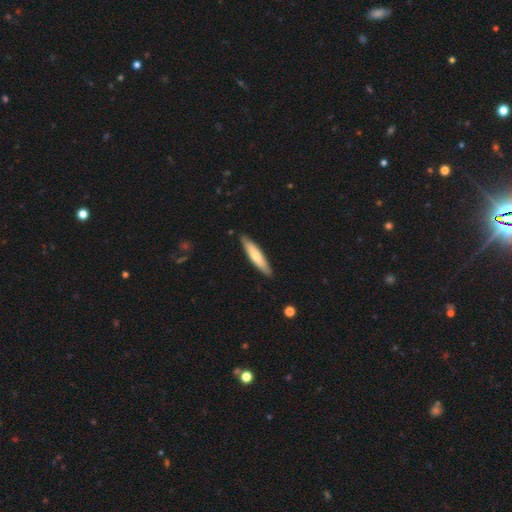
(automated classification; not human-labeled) This appears to be a smooth galaxy with no disk features (64%) that is cigar-shaped (86%). Merging: none (88%).